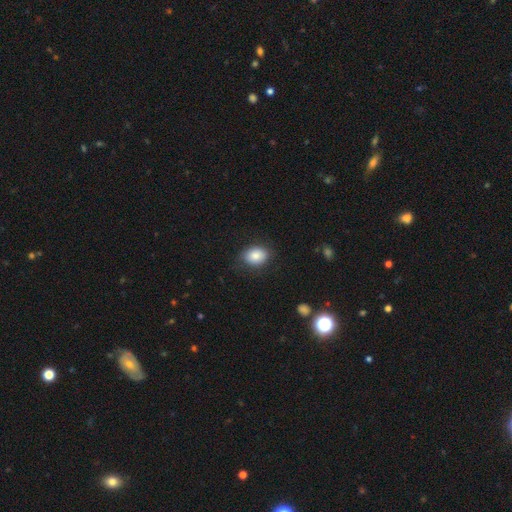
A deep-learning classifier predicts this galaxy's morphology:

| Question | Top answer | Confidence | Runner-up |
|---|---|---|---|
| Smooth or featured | smooth | 84% | star or artifact (8%) |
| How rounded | in between | 61% | round (38%) |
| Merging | none | 81% | minor disturbance (14%) |